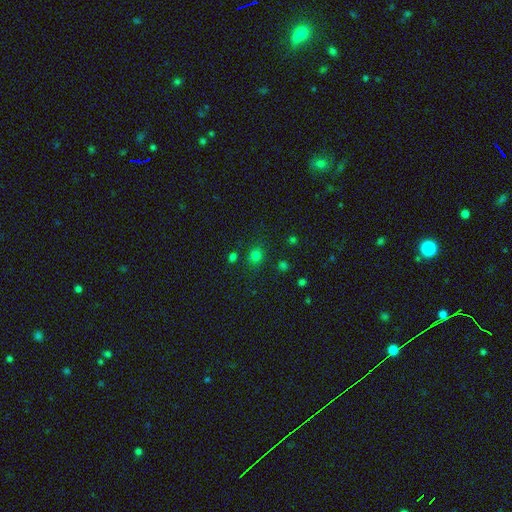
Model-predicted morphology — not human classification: smooth-or-featured: smooth: 76% | star or artifact: 19% | featured or disk: 5%
  how-rounded: round: 73% | in between: 26% | cigar-shaped: 1%
  merging: none: 82% | minor disturbance: 11% | major disturbance: 4% | merger: 3%